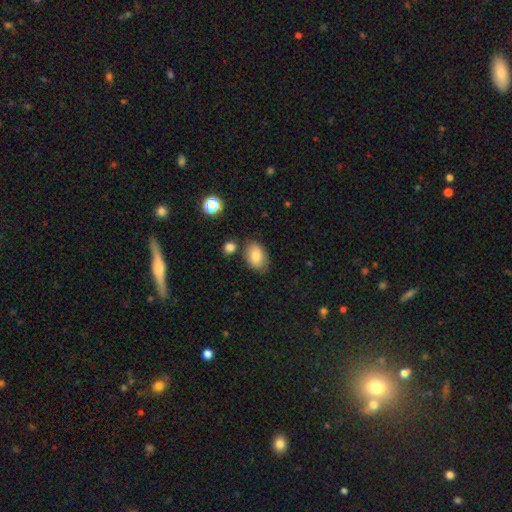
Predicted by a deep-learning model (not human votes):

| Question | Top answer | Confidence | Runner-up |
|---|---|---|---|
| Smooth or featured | smooth | 80% | featured or disk (12%) |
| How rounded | in between | 86% | round (13%) |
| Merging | none | 73% | minor disturbance (17%) |